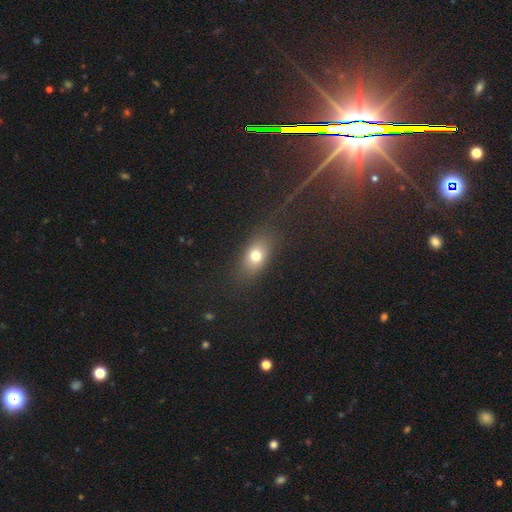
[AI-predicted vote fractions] smooth-or-featured: smooth: 73% | star or artifact: 14% | featured or disk: 13%
  how-rounded: in between: 68% | round: 26% | cigar-shaped: 6%
  merging: none: 77% | minor disturbance: 13% | major disturbance: 8% | merger: 2%